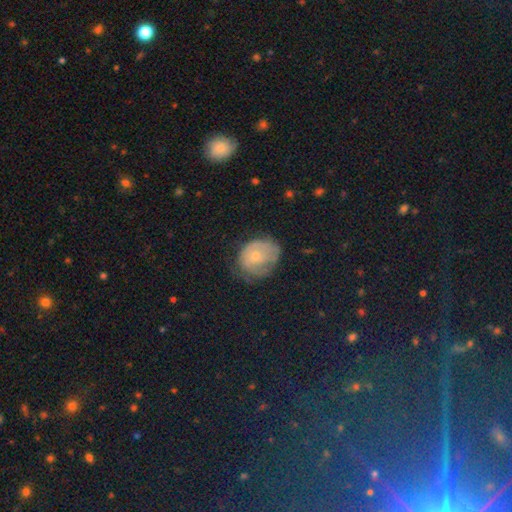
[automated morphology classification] Smooth or featured? smooth (49%)
Merging? none (53%)